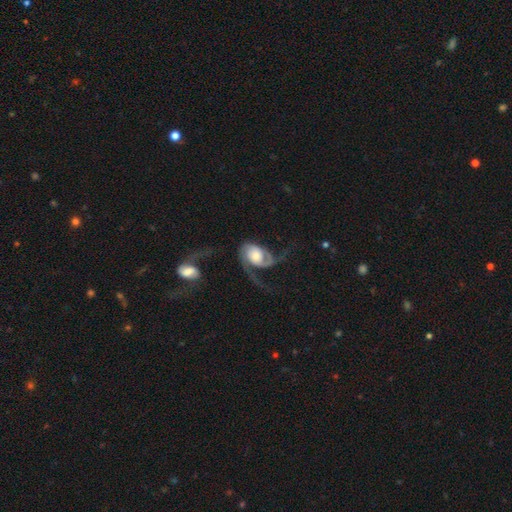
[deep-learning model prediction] The model was most divided on "spiral winding": loose: 47%, medium: 35%, tight: 17%. Remaining: edge-on disk — no (97%); spiral arms — yes (93%); smooth or featured — featured or disk (80%); bar — no (67%); spiral arm count — 2 (65%); bulge size — moderate (47%); merging — major disturbance (47%).